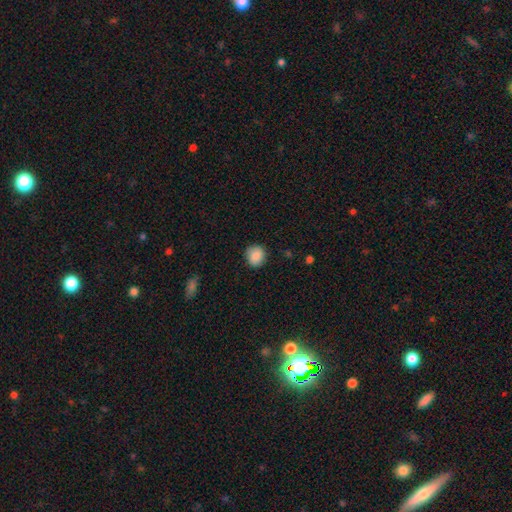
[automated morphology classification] Smooth or featured? Predicted: smooth (p=0.87). How rounded? Predicted: round (p=0.84). Merging? Predicted: none (p=0.86).